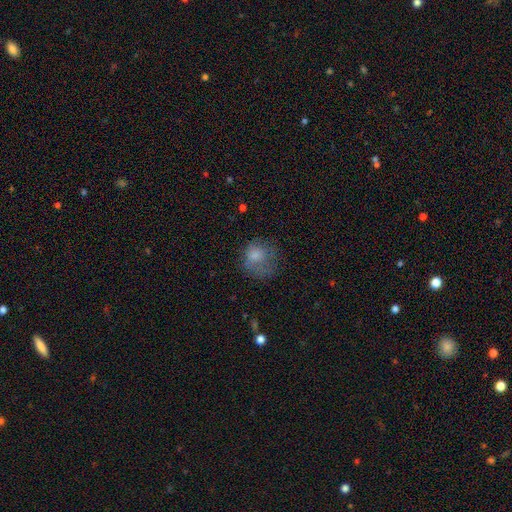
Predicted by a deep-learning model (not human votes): Smooth or featured?
  - smooth: 72% *
  - featured or disk: 17%
  - star or artifact: 12%
How rounded?
  - round: 71% *
  - in between: 28%
  - cigar-shaped: 1%
Merging?
  - none: 41% *
  - major disturbance: 33%
  - minor disturbance: 25%
  - merger: 2%